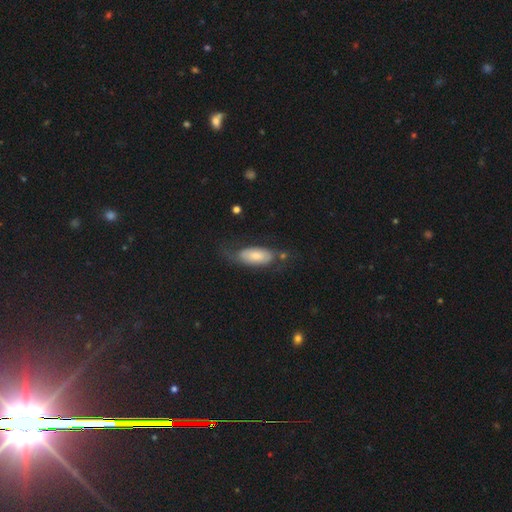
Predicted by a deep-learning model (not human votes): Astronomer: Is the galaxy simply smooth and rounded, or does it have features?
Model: smooth — 62%.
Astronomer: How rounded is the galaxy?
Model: in between — 86%.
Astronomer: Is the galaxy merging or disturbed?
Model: none — 50% (runner-up: minor disturbance, 26%).